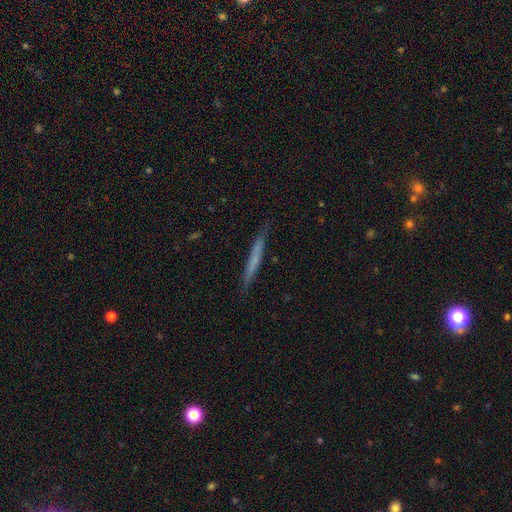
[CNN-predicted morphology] Q: Smooth or featured?
A: smooth (55%); runner-up: featured or disk (38%)
Q: How rounded?
A: cigar-shaped (96%); runner-up: in between (3%)
Q: Merging?
A: none (84%); runner-up: minor disturbance (12%)